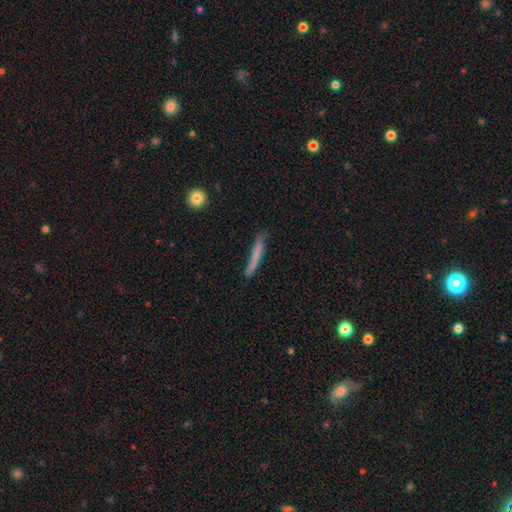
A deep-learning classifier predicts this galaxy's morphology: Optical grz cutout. It shows a smooth galaxy with no disk features (69%) that is cigar-shaped (95%). Merging: none (70%).